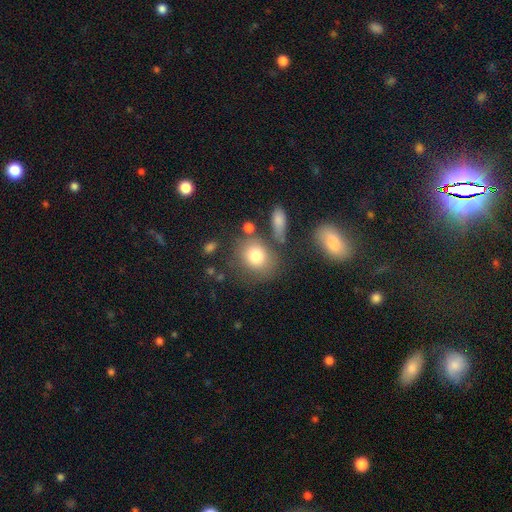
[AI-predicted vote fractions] A smooth galaxy with no disk features (78%) that is round (66%).

Vote fractions:
- Smooth or featured? smooth: 78% / featured or disk: 11% / star or artifact: 10%
- How rounded? round: 66% / in between: 33% / cigar-shaped: 1%
- Merging? none: 66% / minor disturbance: 15% / merger: 11% / major disturbance: 7%